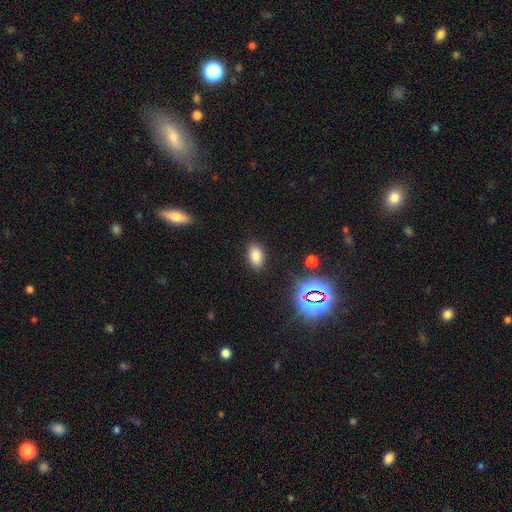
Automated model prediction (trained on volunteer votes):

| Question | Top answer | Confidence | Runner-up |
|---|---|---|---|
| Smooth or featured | smooth | 81% | star or artifact (14%) |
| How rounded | in between | 90% | round (9%) |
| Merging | none | 87% | minor disturbance (9%) |